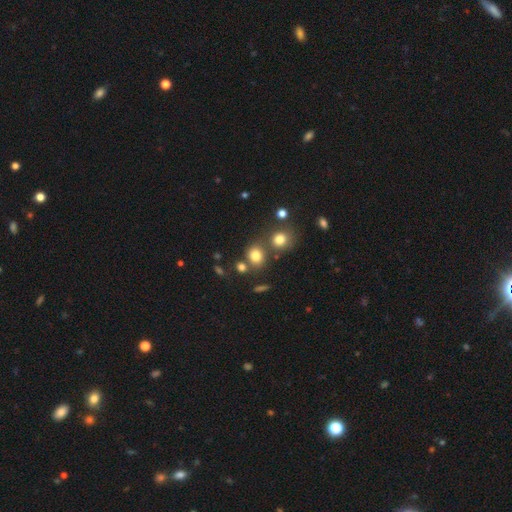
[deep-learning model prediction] Q: Smooth or featured?
A: smooth (77%); runner-up: star or artifact (15%)
Q: How rounded?
A: round (74%); runner-up: in between (25%)
Q: Merging?
A: none (63%); runner-up: merger (21%)